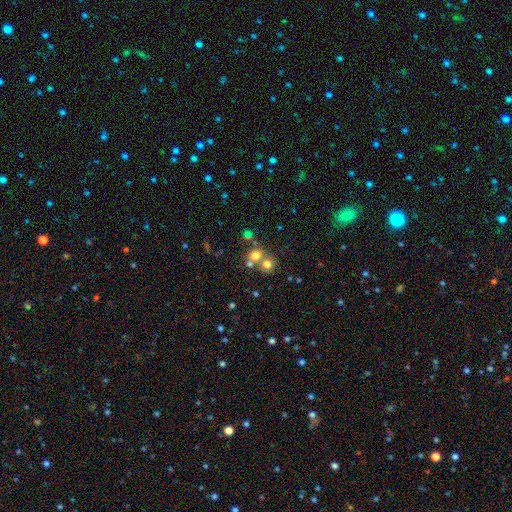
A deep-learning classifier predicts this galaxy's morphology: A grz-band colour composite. It shows a smooth galaxy with no disk features (68%) that is round (82%). Merging: none (48%).